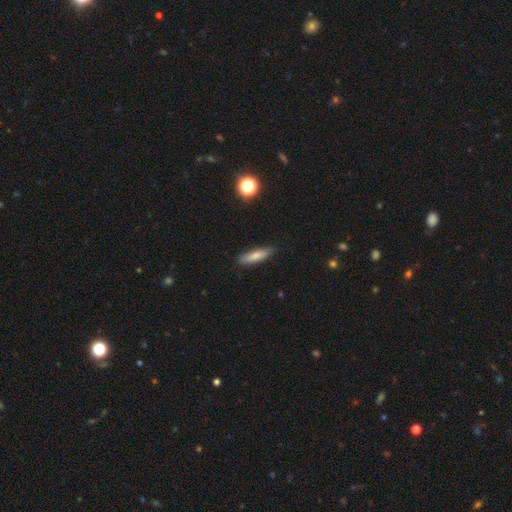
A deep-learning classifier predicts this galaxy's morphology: This appears to be a smooth galaxy with no disk features (72%) that is cigar-shaped (71%). Merging: none (87%).